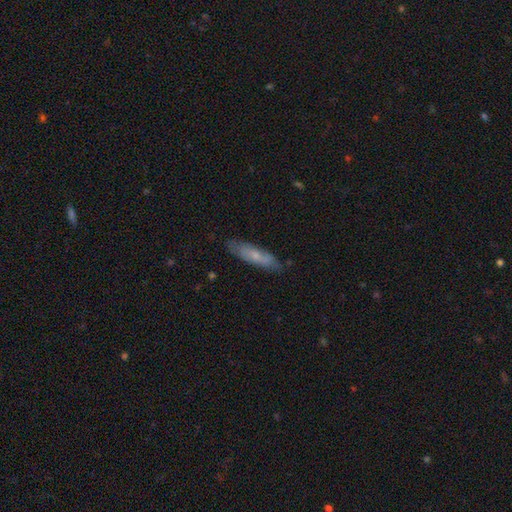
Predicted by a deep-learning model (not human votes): This appears to be a smooth galaxy with no disk features (52%) that is cigar-shaped (70%). Merging: none (78%).